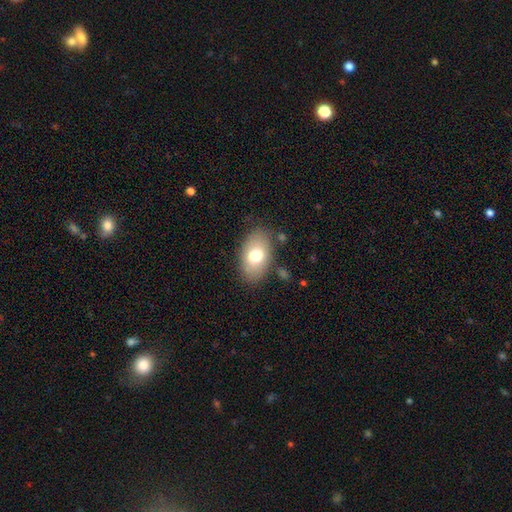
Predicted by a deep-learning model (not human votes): smooth-or-featured: smooth: 71% | featured or disk: 21% | star or artifact: 8%
  how-rounded: in between: 90% | round: 8% | cigar-shaped: 1%
  merging: none: 80% | minor disturbance: 13% | major disturbance: 4% | merger: 3%